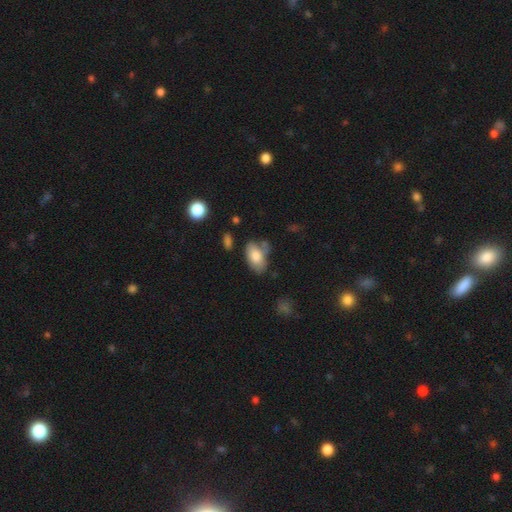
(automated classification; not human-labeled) smooth_or_featured: smooth (p=0.78) [alt: featured or disk p=0.15]
how_rounded: in between (p=0.93) [alt: round p=0.05]
merging: none (p=0.52) [alt: minor disturbance p=0.27]